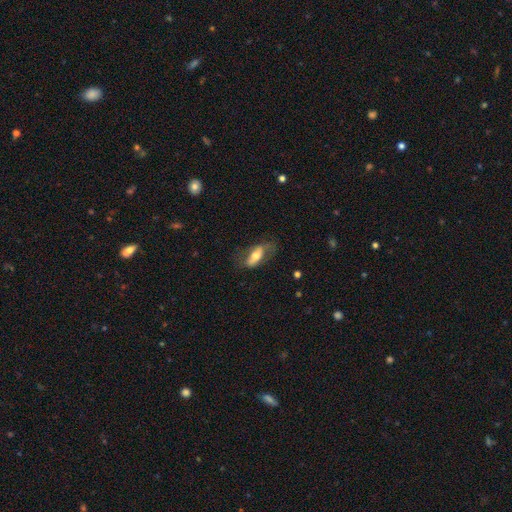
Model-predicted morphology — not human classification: Smooth or featured: smooth — 48% (featured or disk — 45%)
Merging: none — 62% (minor disturbance — 21%)